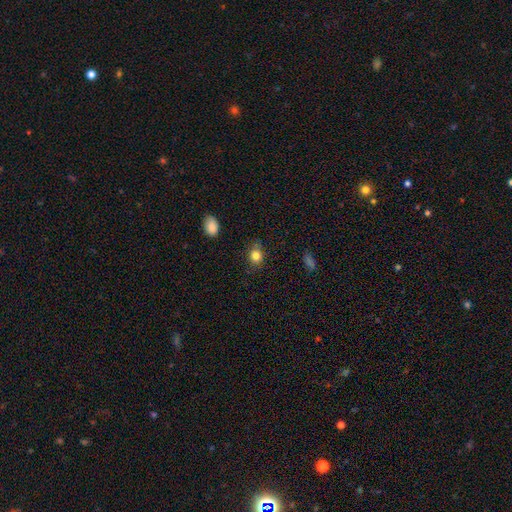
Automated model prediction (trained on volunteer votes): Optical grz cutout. It shows a smooth galaxy with no disk features (82%) that is round (56%). Merging: none (77%).